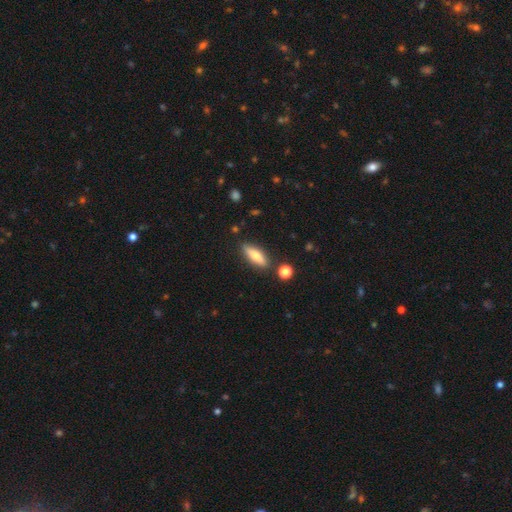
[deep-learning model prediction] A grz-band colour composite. It shows a smooth galaxy with no disk features (66%) that is in between round and cigar-shaped (49%). Merging: none (84%).